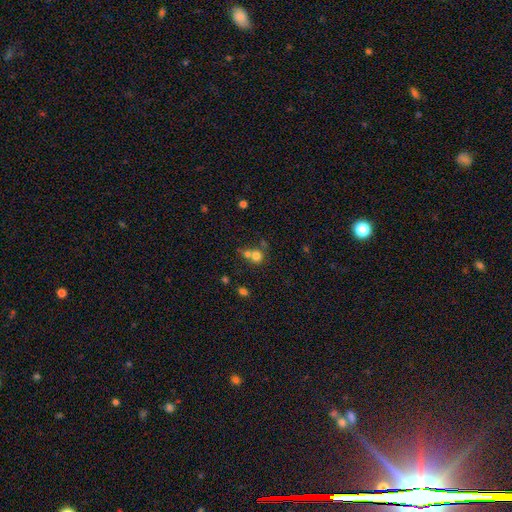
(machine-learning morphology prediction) The model was most divided on "merging": merger: 50%, none: 38%, minor disturbance: 7%, major disturbance: 4%. More confident: how rounded — round (82%); smooth or featured — smooth (72%).